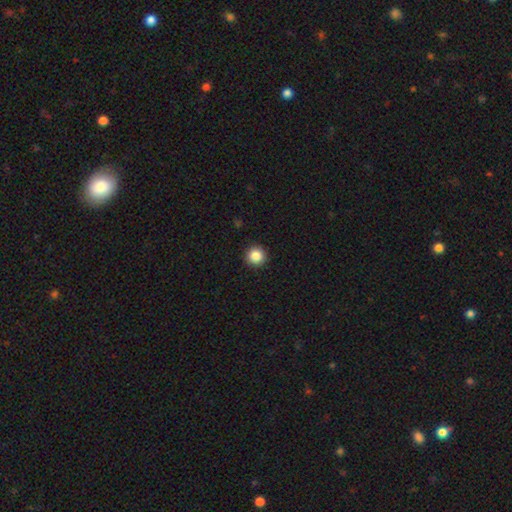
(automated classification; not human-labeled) Smooth or featured? smooth (86%)
How rounded? round (95%)
Merging? none (93%)